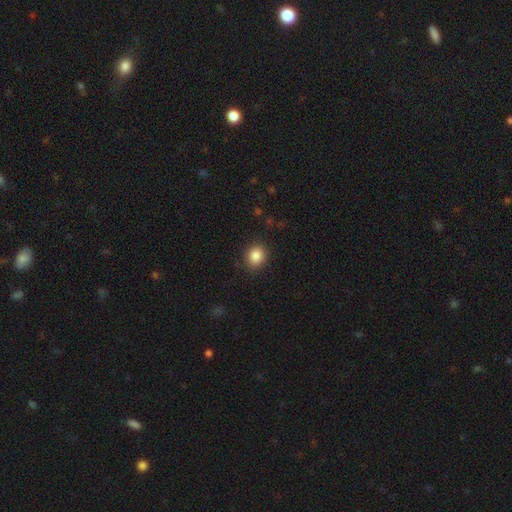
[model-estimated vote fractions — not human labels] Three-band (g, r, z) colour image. It shows a smooth galaxy with no disk features (86%) that is round (69%). Merging: none (86%).